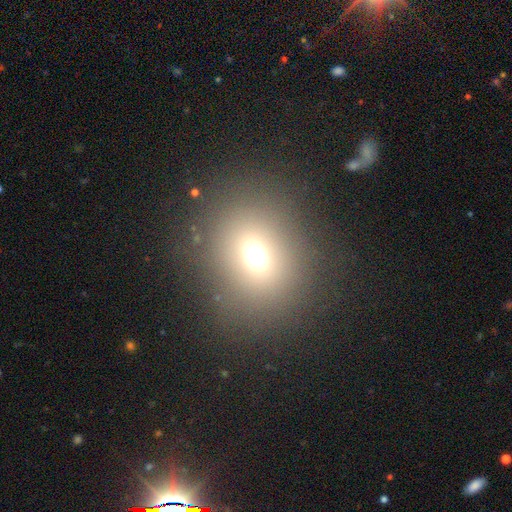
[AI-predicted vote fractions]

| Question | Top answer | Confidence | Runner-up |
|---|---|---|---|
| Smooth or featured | smooth | 67% | star or artifact (23%) |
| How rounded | round | 67% | in between (31%) |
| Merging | none | 82% | minor disturbance (9%) |